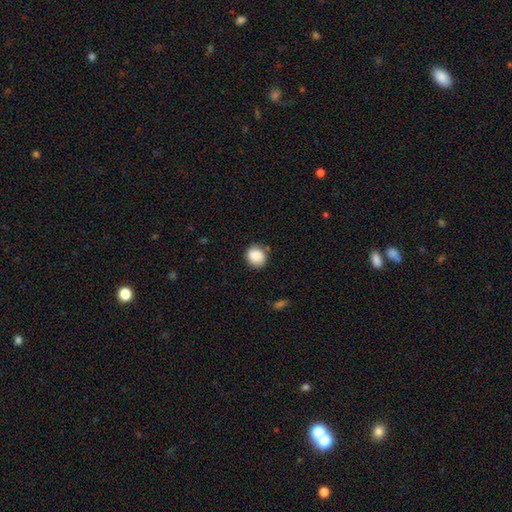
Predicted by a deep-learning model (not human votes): This appears to be a smooth galaxy with no disk features (88%) that is round (82%). Merging: none (77%).